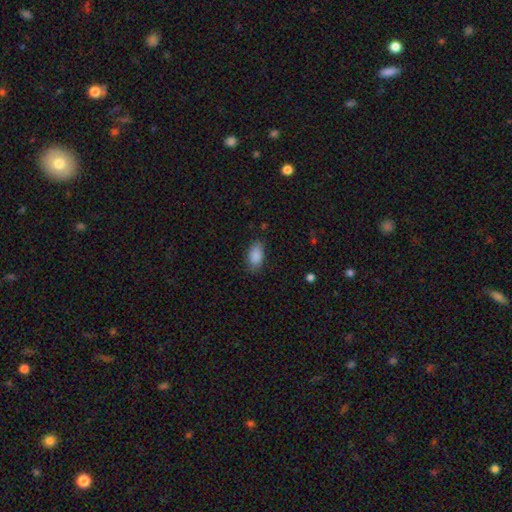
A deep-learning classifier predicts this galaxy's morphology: This is clearly a smooth galaxy (88%). How rounded: clearly in between (93%). Merging: likely none (79%).